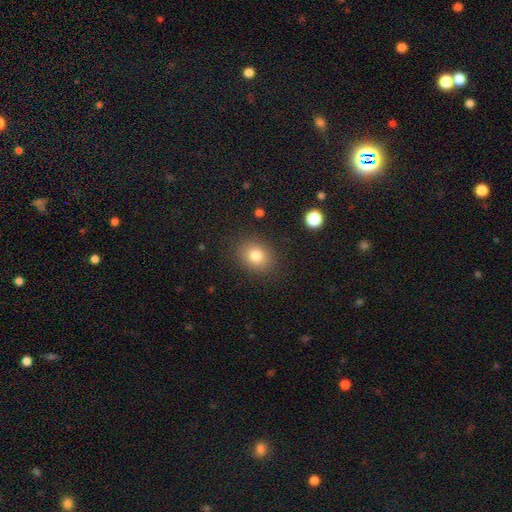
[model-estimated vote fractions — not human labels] Morphology: type=smooth (80%); roundness=round (55%); merging=none (86%).